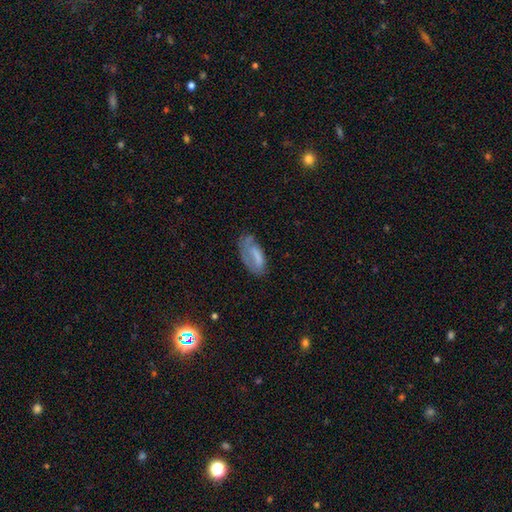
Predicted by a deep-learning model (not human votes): Overall: smooth (57%; featured or disk 33%). How rounded: in between (80%). Merging: none (42%; minor disturbance 30%).